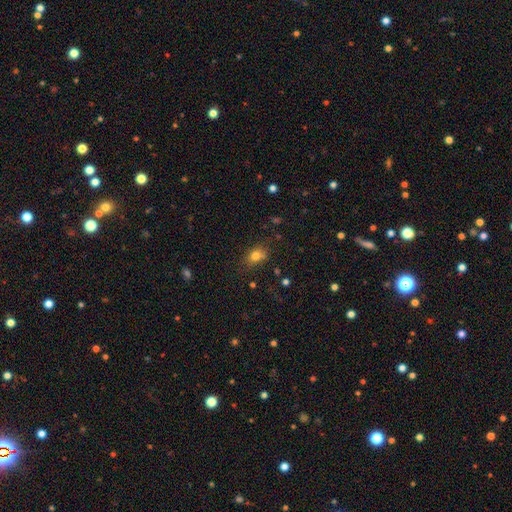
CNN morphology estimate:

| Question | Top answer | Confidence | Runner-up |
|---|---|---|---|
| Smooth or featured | smooth | 77% | star or artifact (13%) |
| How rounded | in between | 59% | round (39%) |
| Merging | none | 65% | minor disturbance (22%) |